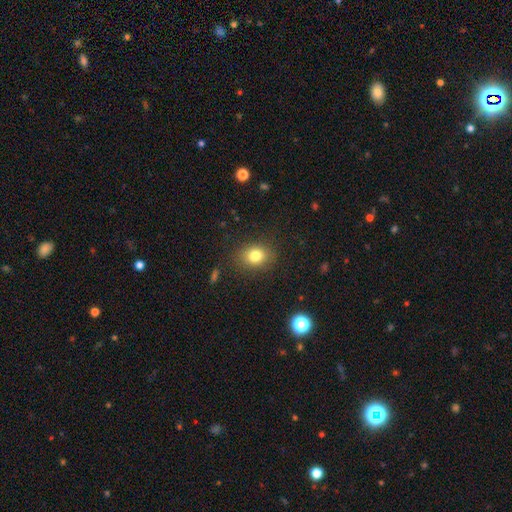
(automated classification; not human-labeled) smooth 80%, star or artifact 12%, featured or disk 8%. Down the decision tree: how rounded — round (50%); merging — none (84%).